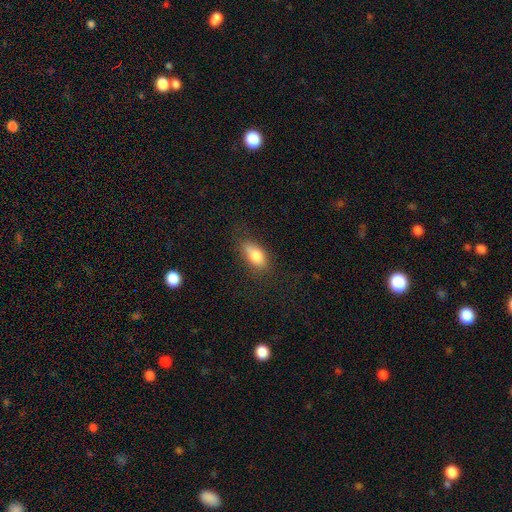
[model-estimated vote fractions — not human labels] Smooth or featured? smooth (80%)
How rounded? in between (88%)
Merging? none (67%)